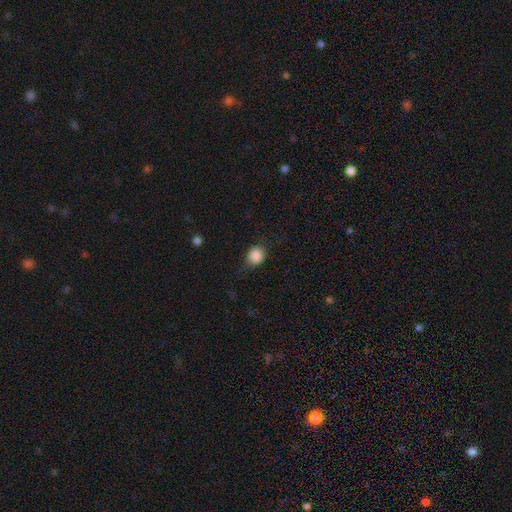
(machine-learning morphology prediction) Smooth or featured: smooth — 85% (star or artifact — 9%)
How rounded: round — 71% (in between — 28%)
Merging: none — 66% (minor disturbance — 25%)